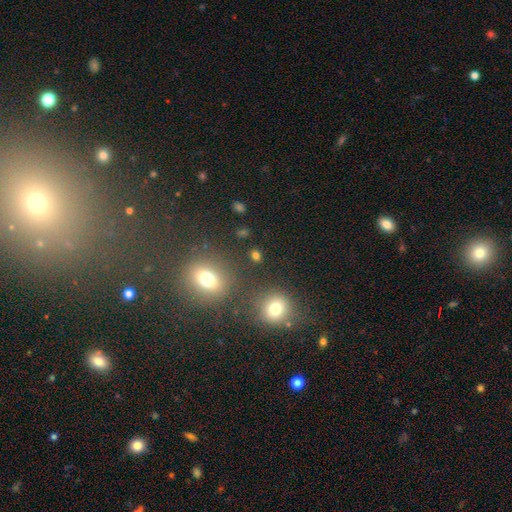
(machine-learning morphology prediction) This appears to be a smooth galaxy with no disk features (71%) that is round (68%). Merging: none (82%).